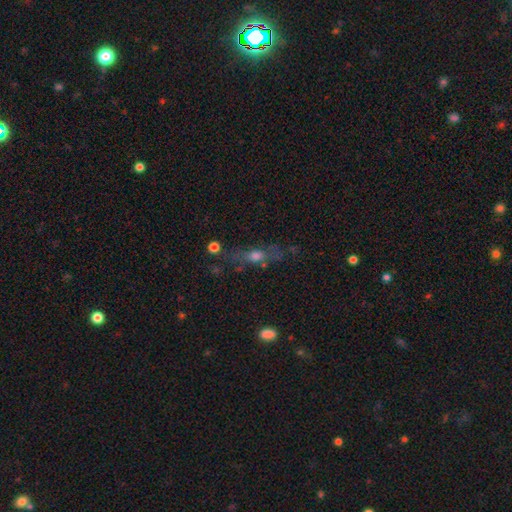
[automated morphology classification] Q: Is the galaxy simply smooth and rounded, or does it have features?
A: smooth — 45%.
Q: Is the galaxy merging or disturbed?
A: none — 64%.